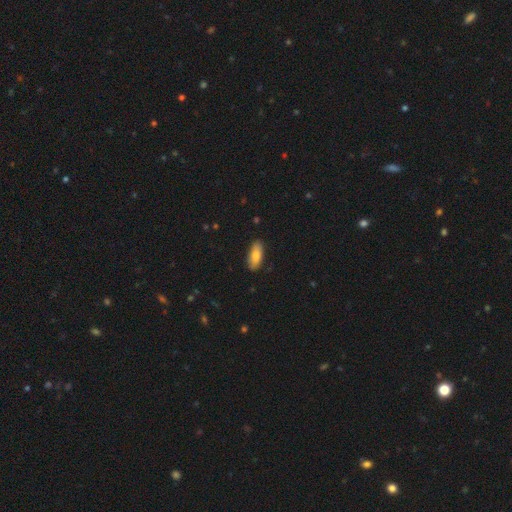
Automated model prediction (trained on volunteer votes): Overall: smooth (84%). How rounded: in between (80%). Merging: none (87%).